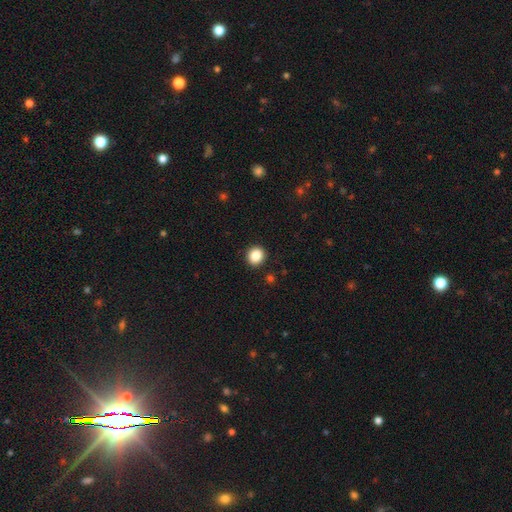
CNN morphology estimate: This appears to be a smooth galaxy with no disk features (86%) that is round (84%). Merging: none (92%).